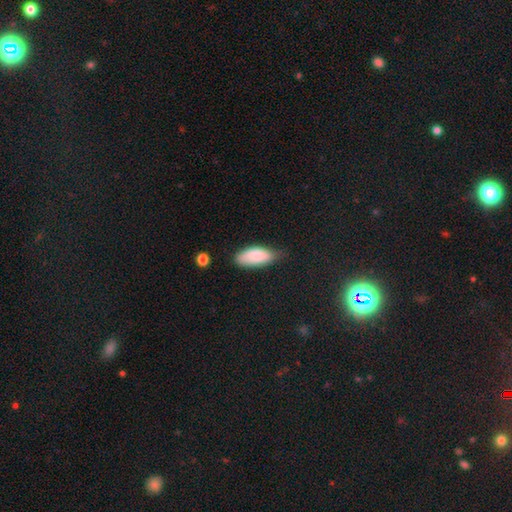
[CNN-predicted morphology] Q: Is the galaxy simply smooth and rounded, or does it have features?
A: smooth — 86%.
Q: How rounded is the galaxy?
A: in between — 87%.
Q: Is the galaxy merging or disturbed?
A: none — 55%.